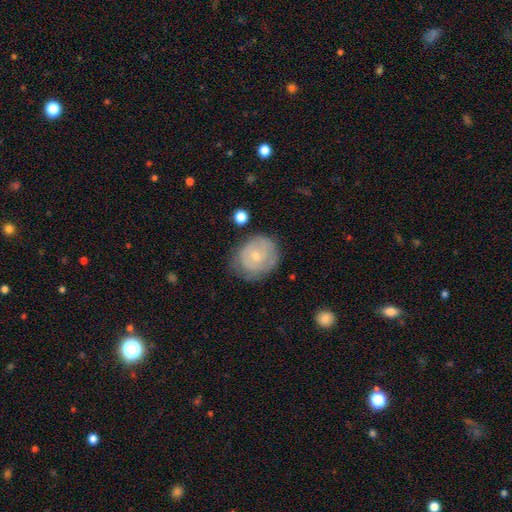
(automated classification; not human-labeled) Smooth or featured? featured or disk (49%)
Merging? none (62%)